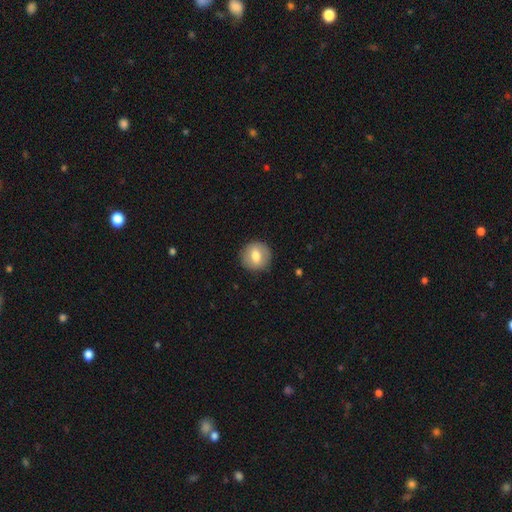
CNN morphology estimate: type=smooth (69%); roundness=round (86%); merging=none (88%).